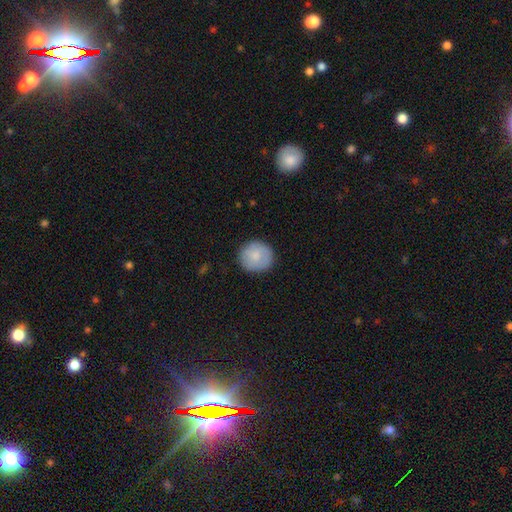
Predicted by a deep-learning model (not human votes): Q: Smooth or featured?
A: smooth (79%); runner-up: featured or disk (15%)
Q: How rounded?
A: round (90%); runner-up: in between (9%)
Q: Merging?
A: none (86%); runner-up: minor disturbance (10%)